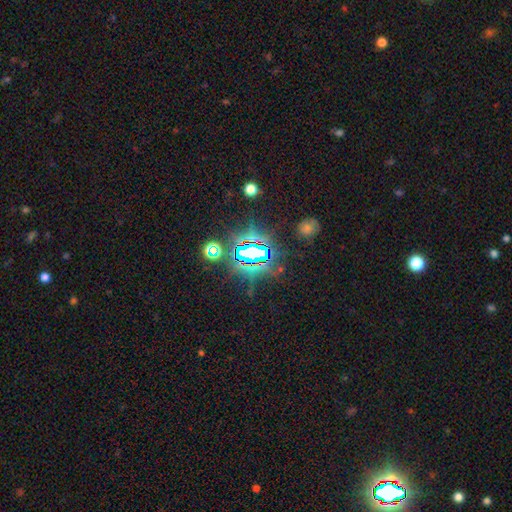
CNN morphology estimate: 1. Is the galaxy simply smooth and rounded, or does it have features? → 78% star or artifact, 11% smooth, 10% featured or disk.